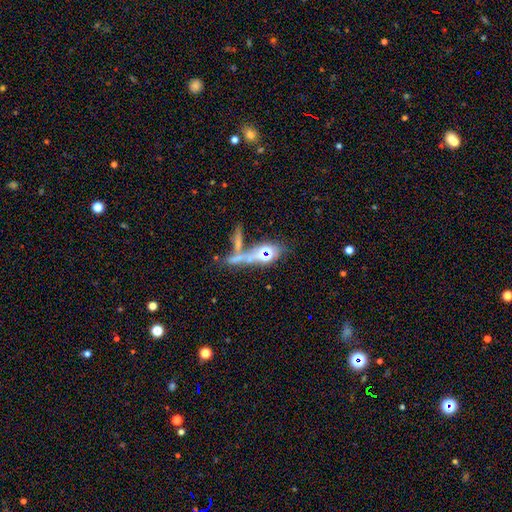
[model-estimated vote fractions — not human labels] This is marginally a featured or disk galaxy (42%). Merging: marginally none (40%).